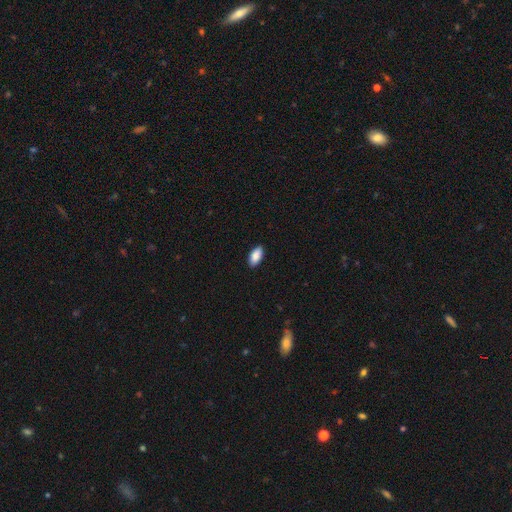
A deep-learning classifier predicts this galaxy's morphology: smooth_or_featured: smooth (p=0.89) [alt: star or artifact p=0.06]
how_rounded: in between (p=0.93) [alt: cigar-shaped p=0.05]
merging: none (p=0.90) [alt: minor disturbance p=0.07]